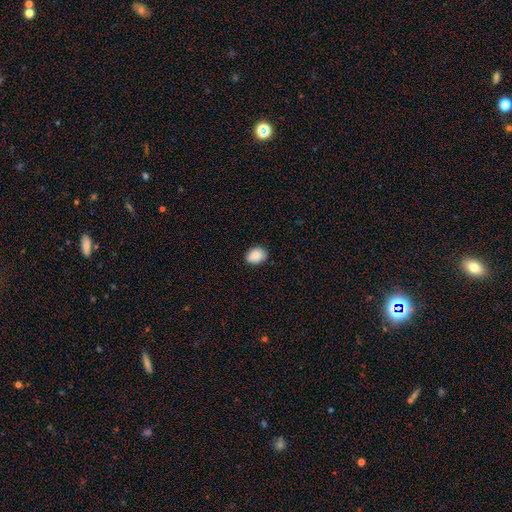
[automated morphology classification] Overall: smooth (88%). How rounded: in between (65%; round 34%). Merging: none (85%).